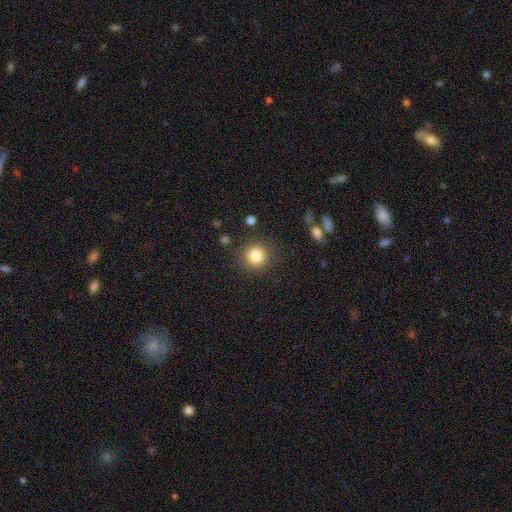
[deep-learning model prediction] Smooth or featured? smooth (82%)
How rounded? round (93%)
Merging? none (88%)